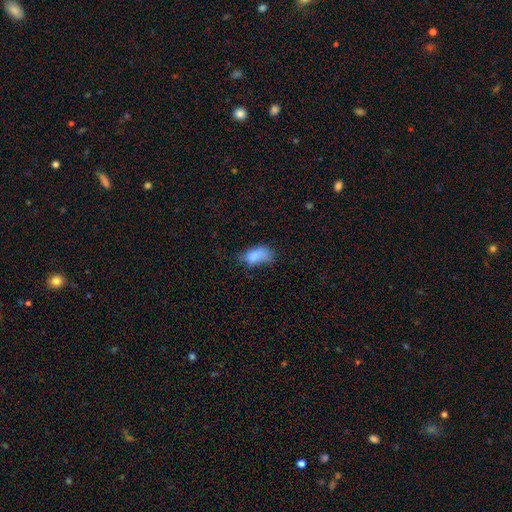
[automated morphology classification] This is likely a smooth galaxy (80%). How rounded: clearly in between (91%). Merging: marginally minor disturbance (36%).